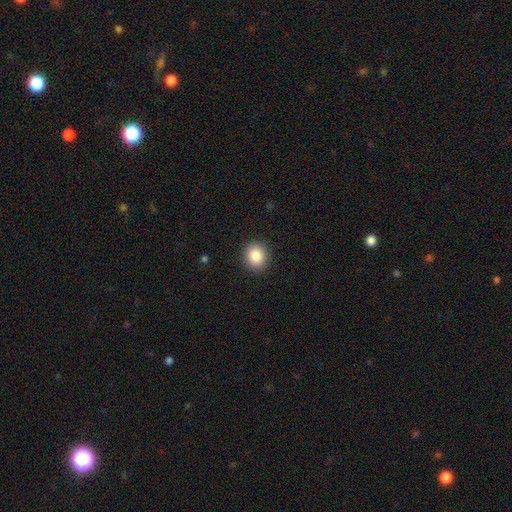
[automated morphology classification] Smooth or featured: smooth — 86% (star or artifact — 9%)
How rounded: round — 74% (in between — 25%)
Merging: none — 90% (minor disturbance — 7%)